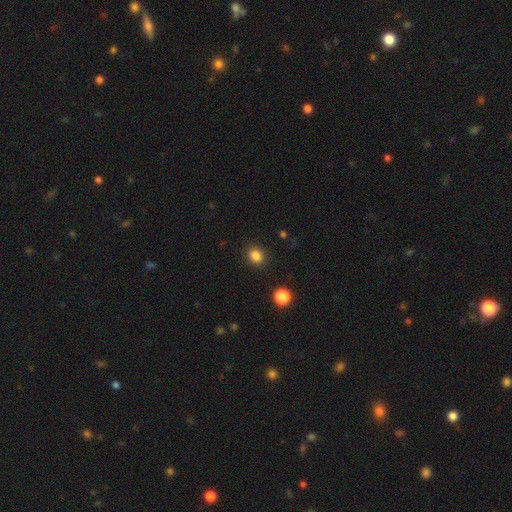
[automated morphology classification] Smooth or featured?
  - smooth: 84% *
  - star or artifact: 12%
  - featured or disk: 4%
How rounded?
  - round: 69% *
  - in between: 30%
  - cigar-shaped: 1%
Merging?
  - none: 89% *
  - minor disturbance: 7%
  - major disturbance: 2%
  - merger: 1%